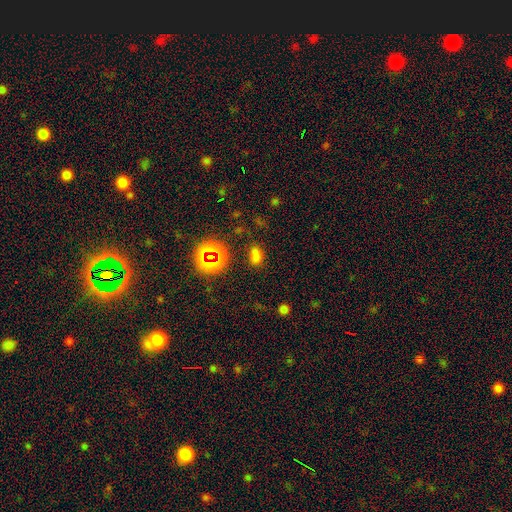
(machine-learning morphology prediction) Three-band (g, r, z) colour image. It shows a smooth galaxy with no disk features (57%) that is in between round and cigar-shaped (76%). Merging: none (66%).